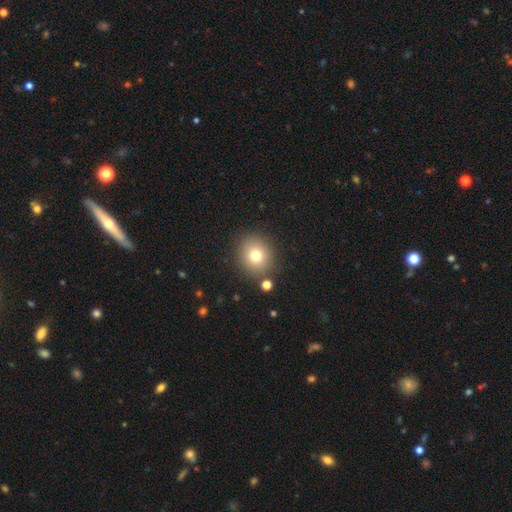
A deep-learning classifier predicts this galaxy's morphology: Overall: smooth (76%). How rounded: round (85%). Merging: none (85%).